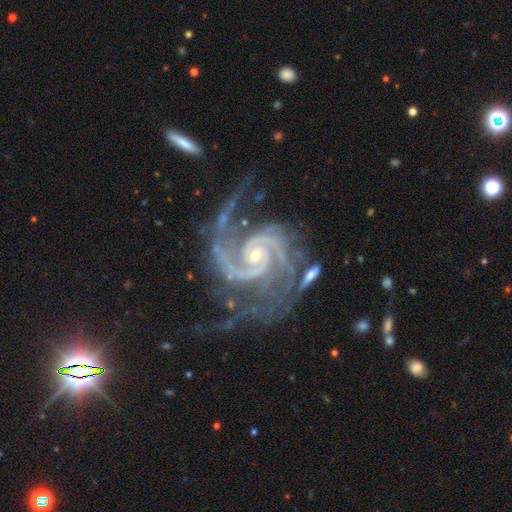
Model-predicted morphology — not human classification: smooth-or-featured: featured or disk: 94% | star or artifact: 5% | smooth: 2%
  disk-edge-on: no: 98% | yes: 2%
    bar: no: 58% | weak: 30% | strong: 12%
    has-spiral-arms: yes: 99% | no: 1%
      spiral-winding: medium: 54% | tight: 36% | loose: 10%
      spiral-arm-count: 2: 74% | 3: 11% | can't tell: 4% | 4: 4% | 1: 3% | more than 4: 3%
    bulge-size: small: 73% | moderate: 23% | none: 2% | large: 1% | dominant: 1%
  merging: none: 56% | minor disturbance: 22% | major disturbance: 18% | merger: 4%